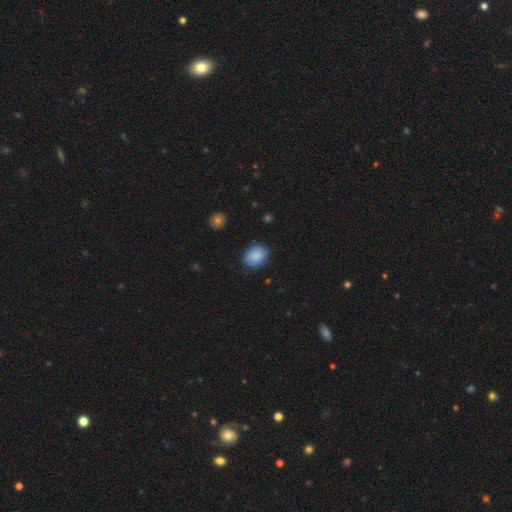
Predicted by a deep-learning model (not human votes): Smooth or featured? smooth (86%)
How rounded? in between (60%)
Merging? none (75%)